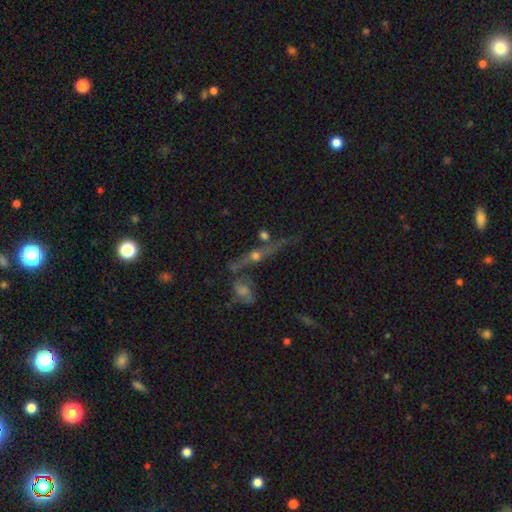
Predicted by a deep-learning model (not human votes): Q: Smooth or featured?
A: featured or disk (63%); runner-up: smooth (20%)
Q: Edge-on disk?
A: yes (84%); runner-up: no (16%)
Q: Edge-on bulge?
A: rounded (90%); runner-up: none (6%)
Q: Merging?
A: none (59%); runner-up: merger (18%)